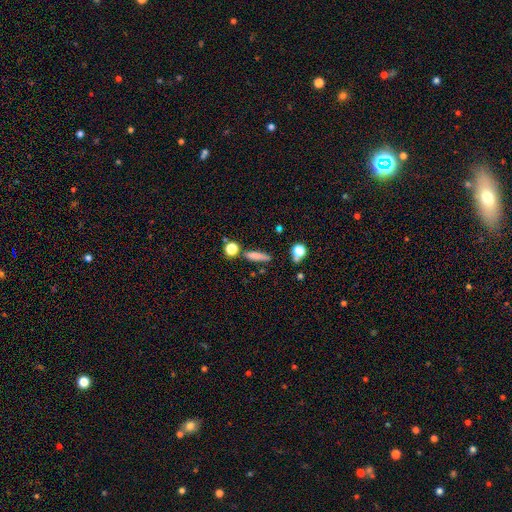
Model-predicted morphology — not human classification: type=smooth (77%); roundness=cigar-shaped (73%); merging=none (74%).